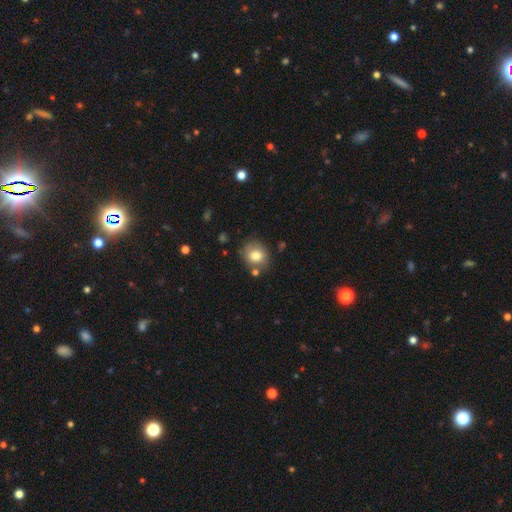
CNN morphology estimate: Q: Smooth or featured?
A: smooth (78%); runner-up: featured or disk (12%)
Q: How rounded?
A: round (74%); runner-up: in between (25%)
Q: Merging?
A: none (75%); runner-up: minor disturbance (14%)